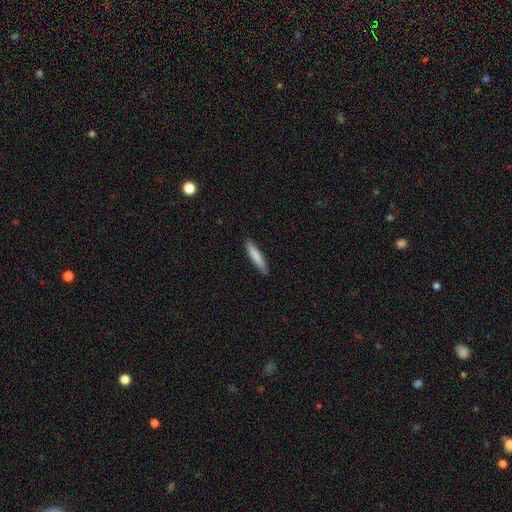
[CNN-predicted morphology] The model was most divided on "smooth or featured": smooth: 82%, featured or disk: 13%, star or artifact: 5%. More confident: how rounded — cigar-shaped (90%); merging — none (88%).